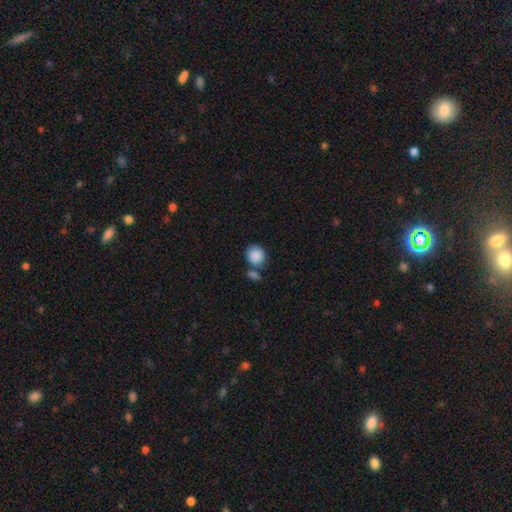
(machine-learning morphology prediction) Smooth or featured?
  - smooth: 88% *
  - star or artifact: 8%
  - featured or disk: 5%
How rounded?
  - round: 76% *
  - in between: 23%
  - cigar-shaped: 1%
Merging?
  - none: 57% *
  - merger: 25%
  - minor disturbance: 14%
  - major disturbance: 5%